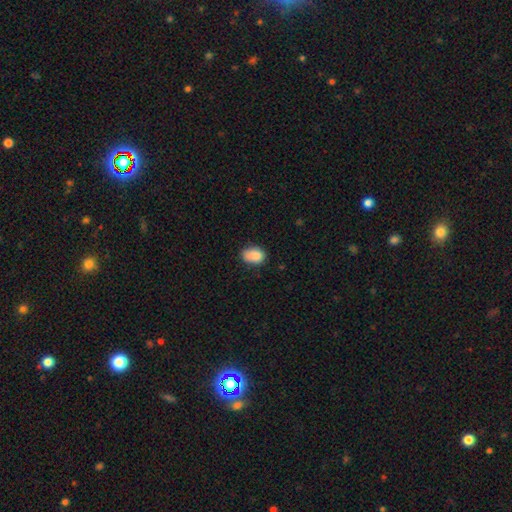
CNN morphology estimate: The model was most divided on "merging": none: 67%, minor disturbance: 26%, major disturbance: 5%, merger: 2%. More confident: smooth or featured — smooth (87%); how rounded — in between (80%).